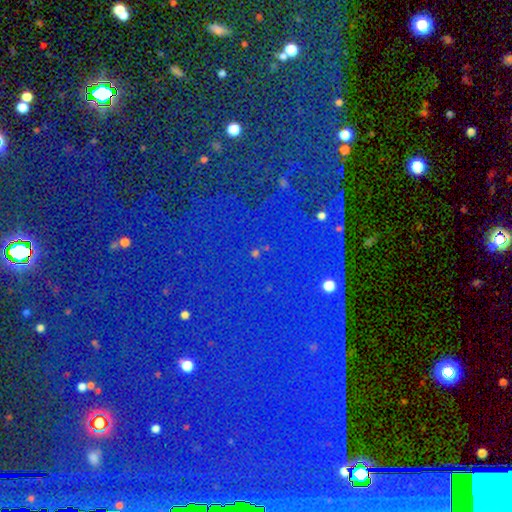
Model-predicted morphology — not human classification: The model was most divided on "smooth or featured": star or artifact: 83%, smooth: 9%, featured or disk: 8%.